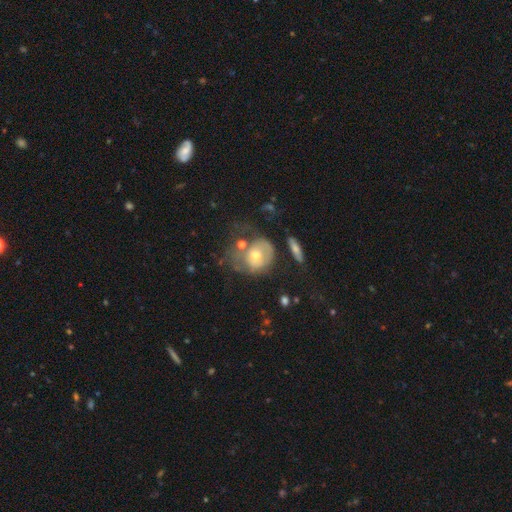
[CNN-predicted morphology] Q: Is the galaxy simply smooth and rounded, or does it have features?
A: smooth — 49%.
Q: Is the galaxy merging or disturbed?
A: major disturbance — 34%.